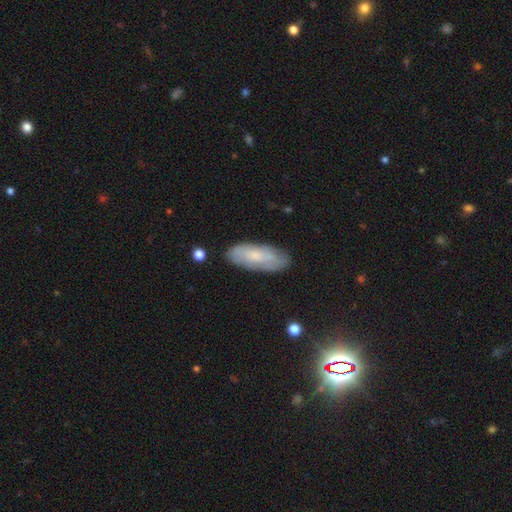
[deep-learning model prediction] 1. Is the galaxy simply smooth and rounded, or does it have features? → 56% smooth, 37% featured or disk, 7% star or artifact.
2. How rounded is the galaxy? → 75% in between, 23% cigar-shaped, 2% round.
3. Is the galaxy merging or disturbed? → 79% none, 16% minor disturbance, 4% major disturbance, 2% merger.